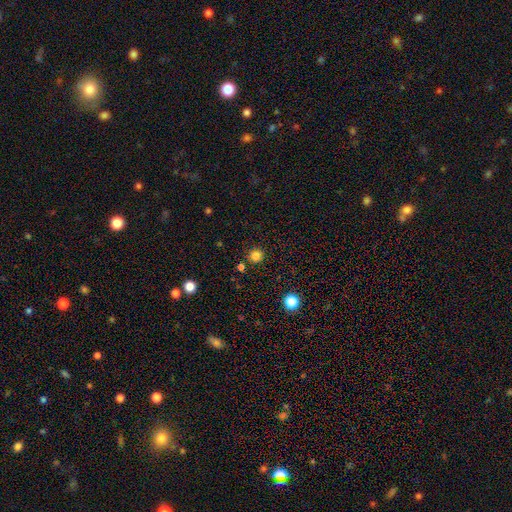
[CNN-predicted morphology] The model was most divided on "smooth or featured": smooth: 82%, star or artifact: 14%, featured or disk: 4%. More confident: how rounded — round (95%); merging — none (90%).